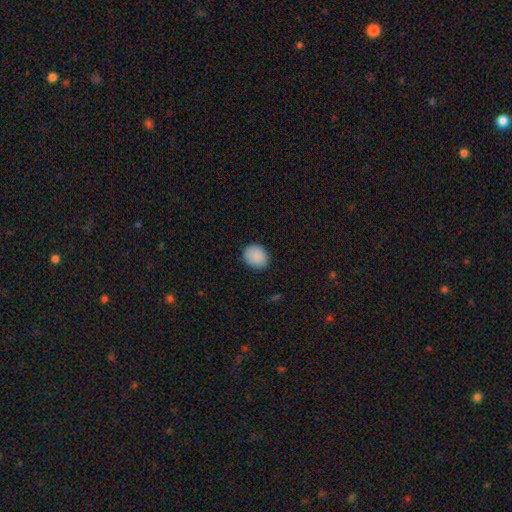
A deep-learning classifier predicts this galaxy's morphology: Smooth or featured? smooth (89%)
How rounded? round (59%)
Merging? none (88%)